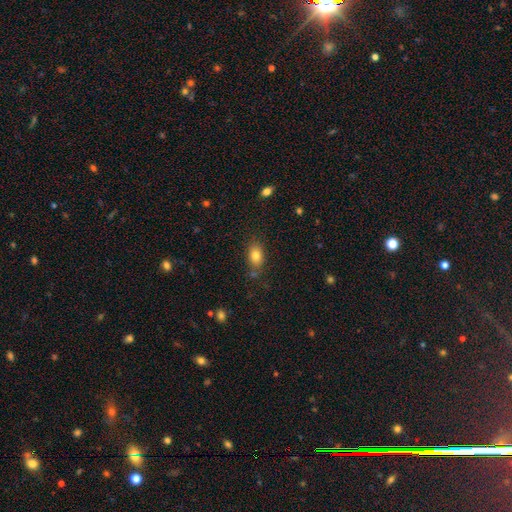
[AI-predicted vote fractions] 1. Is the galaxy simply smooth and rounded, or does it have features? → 81% smooth, 10% star or artifact, 9% featured or disk.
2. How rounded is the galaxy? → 85% in between, 13% round, 2% cigar-shaped.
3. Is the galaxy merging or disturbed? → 77% none, 14% minor disturbance, 5% merger, 4% major disturbance.